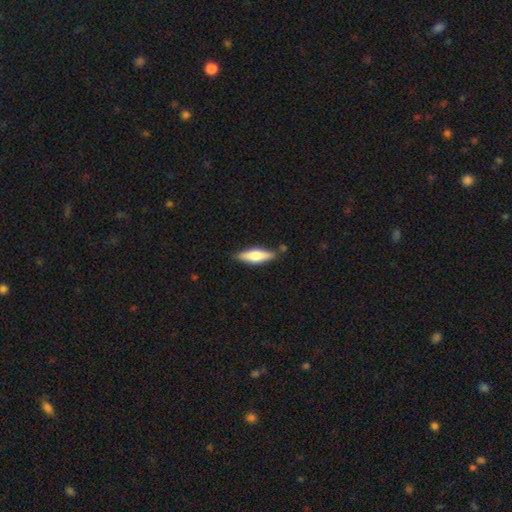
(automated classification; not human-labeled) Smooth or featured? Predicted: smooth (p=0.58). How rounded? Predicted: cigar-shaped (p=0.52). Merging? Predicted: none (p=0.81).